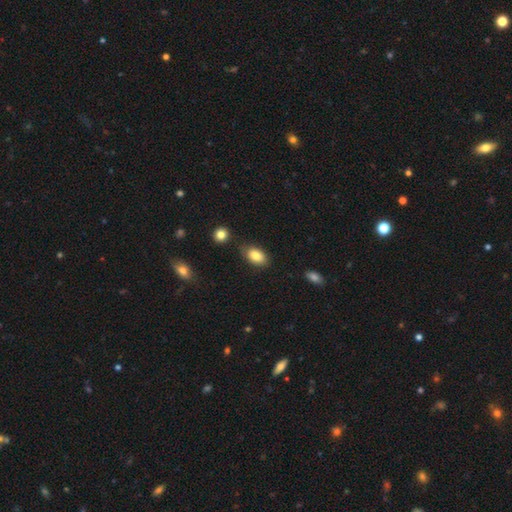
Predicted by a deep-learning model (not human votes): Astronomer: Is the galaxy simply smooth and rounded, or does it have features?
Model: smooth — 84%.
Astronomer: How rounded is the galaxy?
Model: in between — 91%.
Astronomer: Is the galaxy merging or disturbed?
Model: none — 78%.